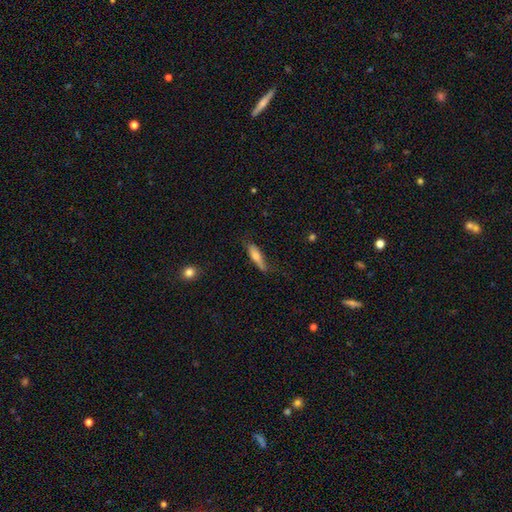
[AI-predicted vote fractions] smooth_or_featured: smooth (p=0.61) [alt: featured or disk p=0.32]
how_rounded: cigar-shaped (p=0.65) [alt: in between p=0.32]
merging: none (p=0.61) [alt: minor disturbance p=0.28]